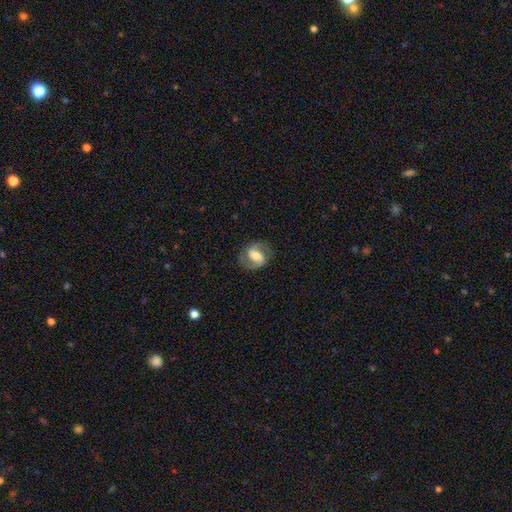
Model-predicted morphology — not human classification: Overall: featured or disk (78%). Edge-on disk: no (97%). Bar: weak (43%; strong 34%). Spiral arms: yes (94%). Spiral arm count: 2 (91%). Spiral winding: medium (54%; tight 24%). Bulge size: moderate (53%; large 21%). Merging: none (80%).